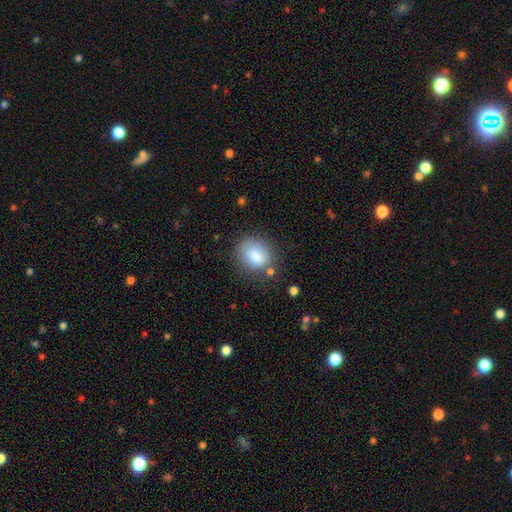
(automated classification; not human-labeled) This appears to be a smooth galaxy with no disk features (85%) that is round (57%). Merging: none (69%).